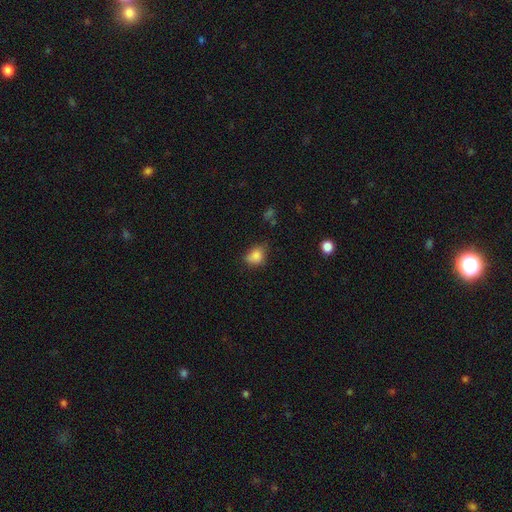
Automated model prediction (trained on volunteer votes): The model was most divided on "how rounded": in between: 57%, round: 42%, cigar-shaped: 1%. More confident: smooth or featured — smooth (82%); merging — none (53%).